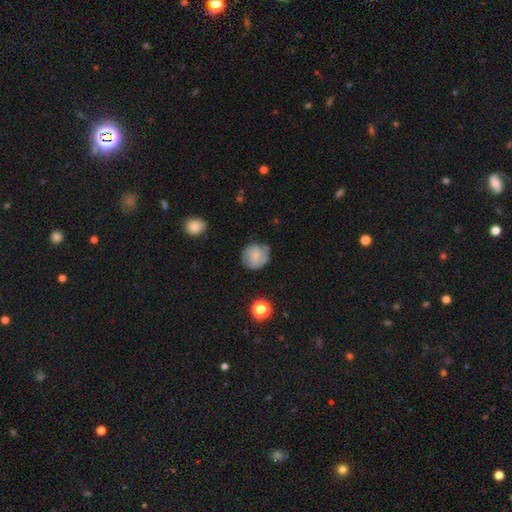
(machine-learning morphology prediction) Smooth or featured: smooth — 68% (featured or disk — 23%)
How rounded: round — 89% (in between — 10%)
Merging: none — 68% (minor disturbance — 22%)